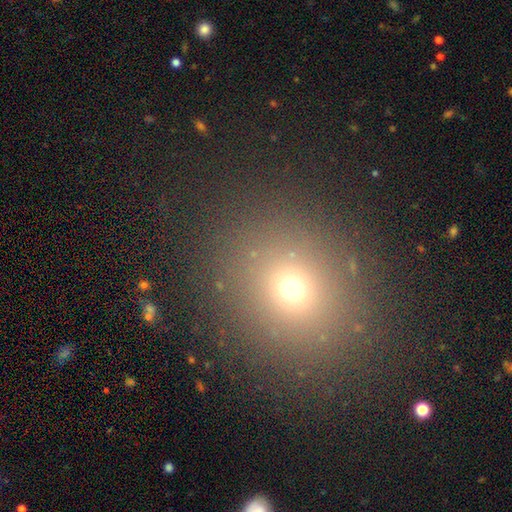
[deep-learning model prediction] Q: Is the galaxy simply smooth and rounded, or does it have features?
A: smooth — 66%.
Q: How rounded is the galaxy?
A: round — 76%.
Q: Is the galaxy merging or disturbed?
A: none — 87%.